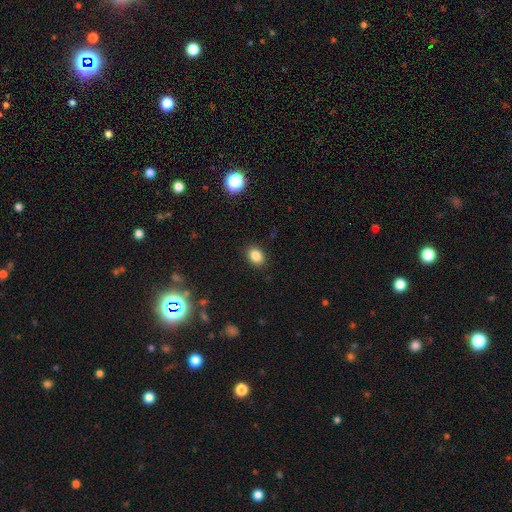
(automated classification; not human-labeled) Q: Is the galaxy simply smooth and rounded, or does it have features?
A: smooth — 85%.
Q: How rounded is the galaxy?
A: in between — 61%.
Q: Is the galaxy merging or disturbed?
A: none — 89%.